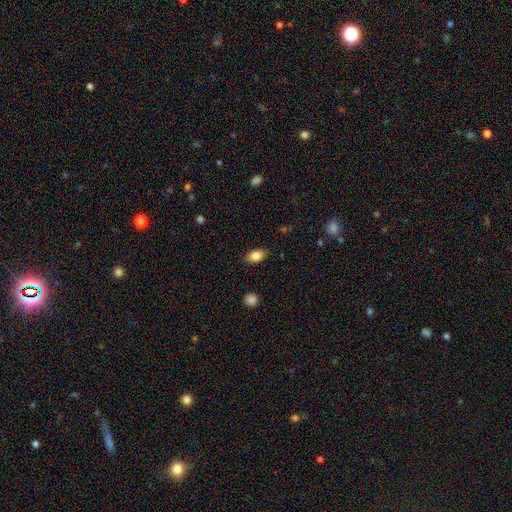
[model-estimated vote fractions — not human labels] Overall: smooth (84%). How rounded: in between (90%). Merging: none (87%).